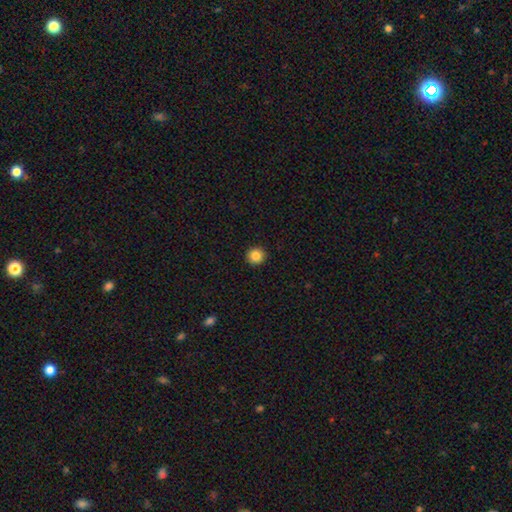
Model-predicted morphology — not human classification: The model was most divided on "smooth or featured": smooth: 85%, star or artifact: 10%, featured or disk: 4%. More confident: how rounded — round (95%); merging — none (93%).